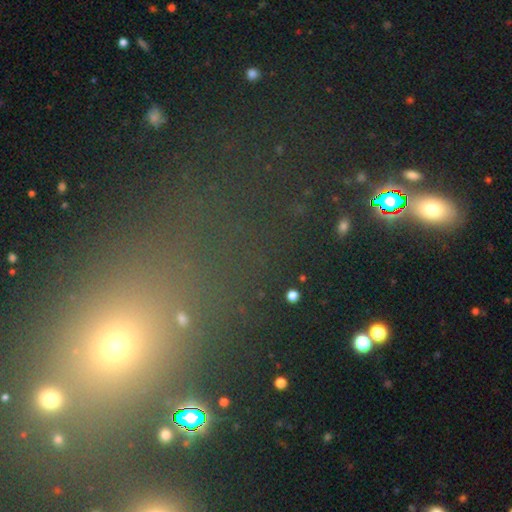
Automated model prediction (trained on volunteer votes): This appears to be a star or artifact, not a galaxy (53%).